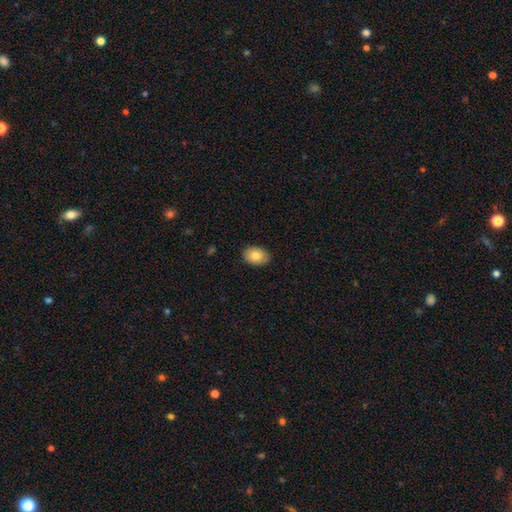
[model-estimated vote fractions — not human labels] This appears to be a smooth galaxy with no disk features (84%) that is in between round and cigar-shaped (81%). Merging: none (88%).